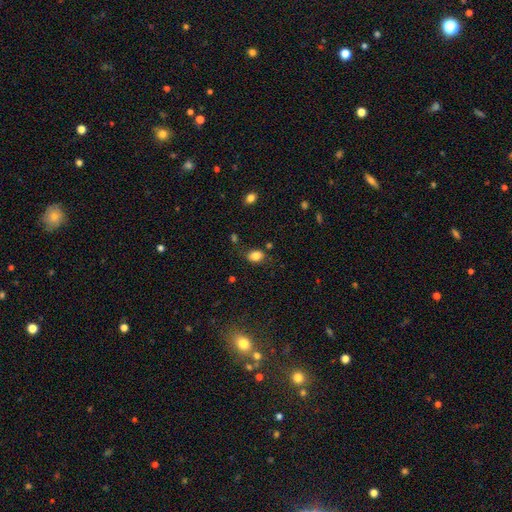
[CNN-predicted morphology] smooth_or_featured: smooth (p=0.83) [alt: star or artifact p=0.10]
how_rounded: in between (p=0.71) [alt: round p=0.28]
merging: none (p=0.75) [alt: minor disturbance p=0.17]